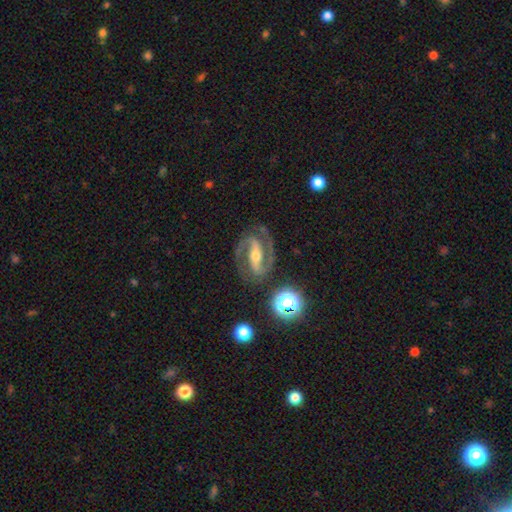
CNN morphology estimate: This is clearly a featured or disk galaxy (89%). It is clearly not viewed edge-on (96%). Bar: likely strong (69%). Spiral arm pattern: clearly yes (97%). Spiral arm count: clearly 2 (93%). Spiral winding: possibly medium (56%). Central bulge: possibly moderate (54%). Merging: clearly none (83%).